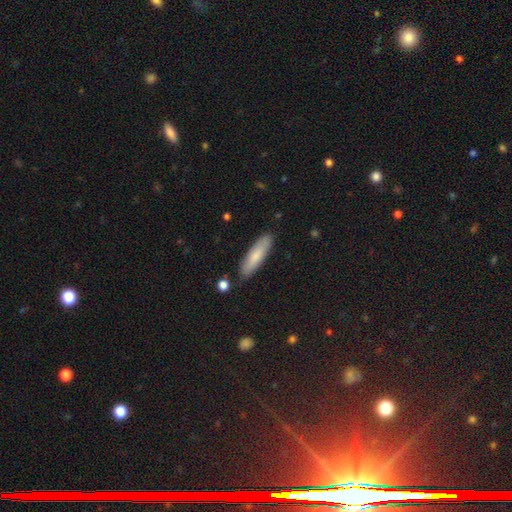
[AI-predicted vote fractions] Smooth or featured? Predicted: smooth (p=0.77). How rounded? Predicted: cigar-shaped (p=0.66). Merging? Predicted: none (p=0.86).